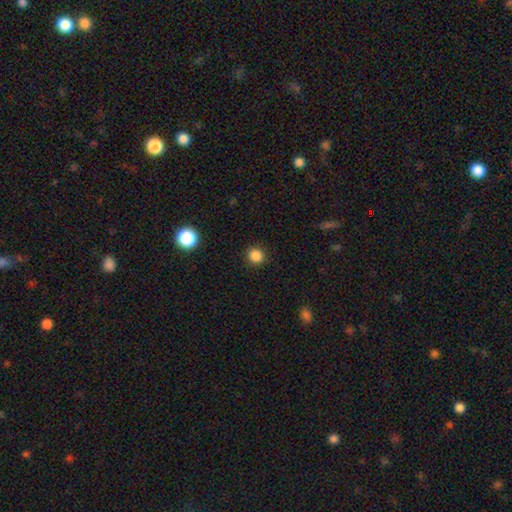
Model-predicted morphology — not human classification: Overall: smooth (86%). How rounded: round (90%). Merging: none (91%).